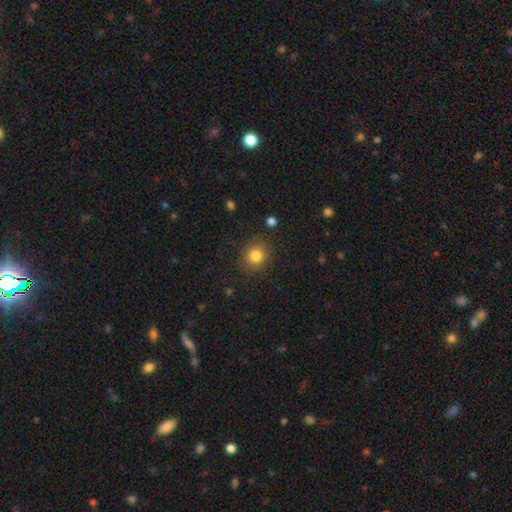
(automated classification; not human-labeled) The model was most divided on "how rounded": round: 81%, in between: 18%, cigar-shaped: 1%. More confident: merging — none (87%); smooth or featured — smooth (82%).